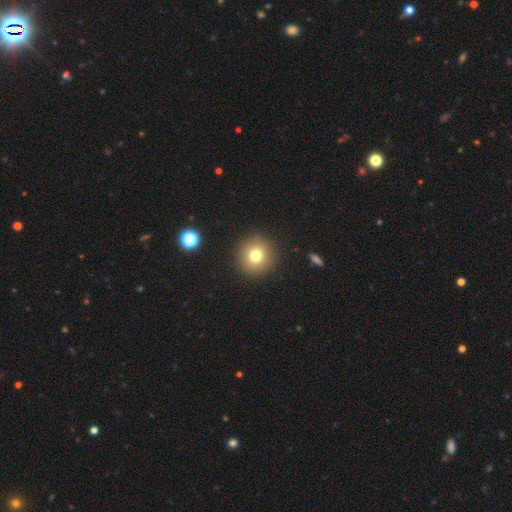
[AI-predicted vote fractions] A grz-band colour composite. It shows a smooth galaxy with no disk features (77%) that is round (94%). Merging: none (91%).